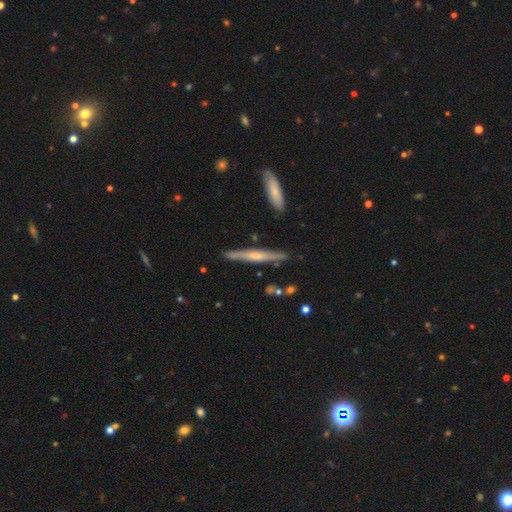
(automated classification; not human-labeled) Smooth or featured: featured or disk — 59% (smooth — 34%)
Edge-on disk: yes — 96% (no — 4%)
Edge-on bulge: rounded — 53% (none — 34%)
Merging: none — 87% (minor disturbance — 9%)